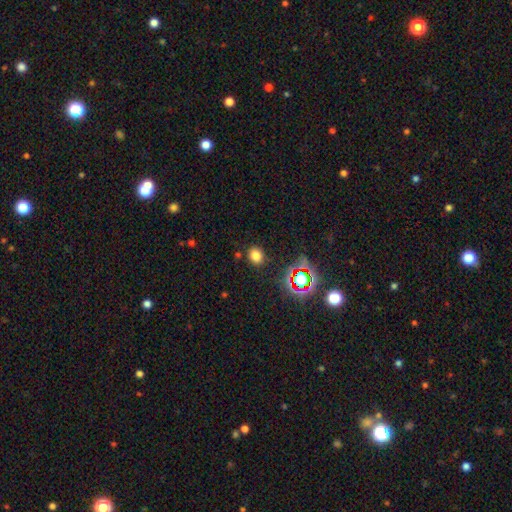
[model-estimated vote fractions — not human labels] The model was most divided on "how rounded": round: 68%, in between: 30%, cigar-shaped: 1%. More confident: merging — none (84%); smooth or featured — smooth (73%).